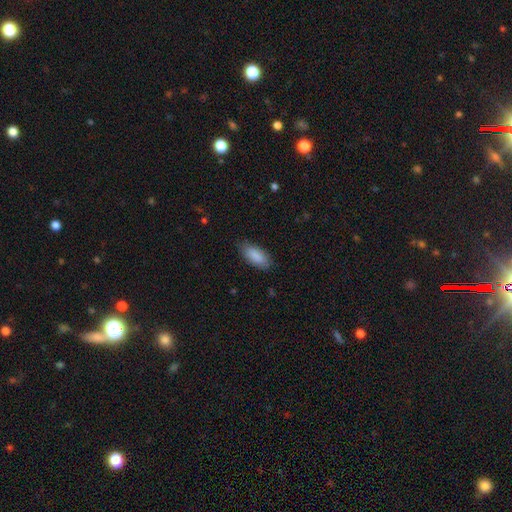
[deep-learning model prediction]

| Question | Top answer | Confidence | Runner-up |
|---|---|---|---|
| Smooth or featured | smooth | 88% | featured or disk (6%) |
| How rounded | in between | 85% | cigar-shaped (13%) |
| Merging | none | 82% | minor disturbance (14%) |